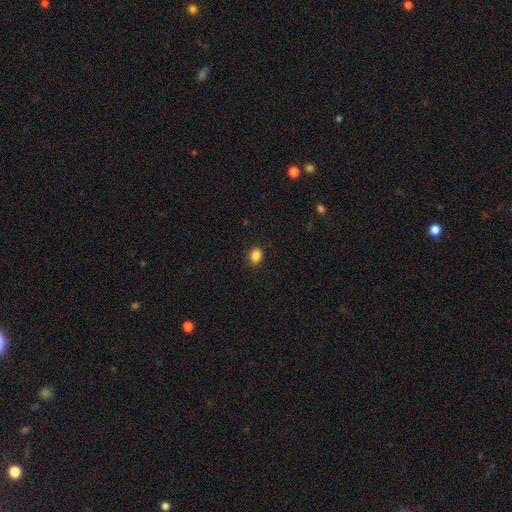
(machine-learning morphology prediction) This is clearly a smooth galaxy (87%). How rounded: possibly in between (56%). Merging: clearly none (88%).